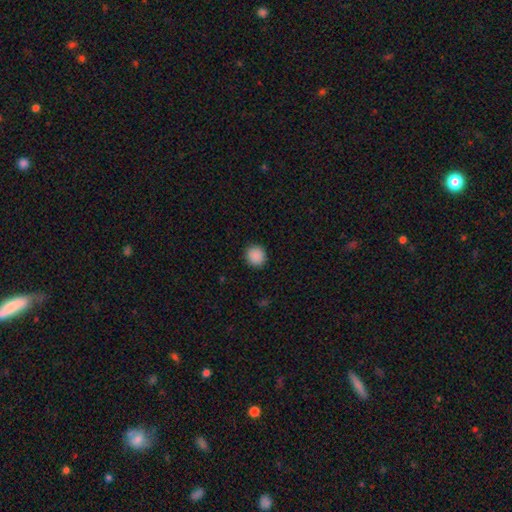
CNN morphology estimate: The model was most divided on "smooth or featured": smooth: 89%, star or artifact: 8%, featured or disk: 2%. More confident: how rounded — round (92%); merging — none (91%).